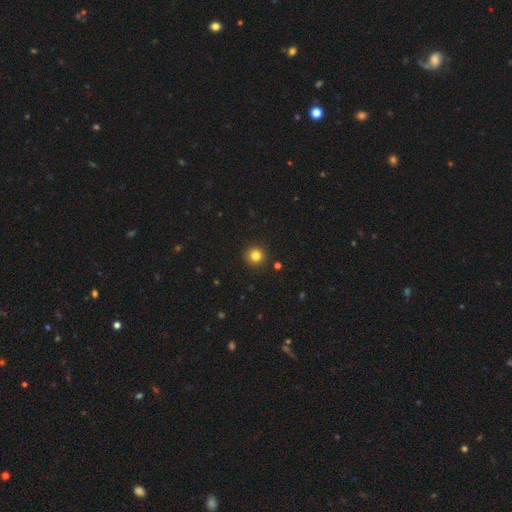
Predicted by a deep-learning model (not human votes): smooth_or_featured: smooth (p=0.82) [alt: star or artifact p=0.12]
how_rounded: round (p=0.95) [alt: in between p=0.04]
merging: none (p=0.92) [alt: minor disturbance p=0.05]